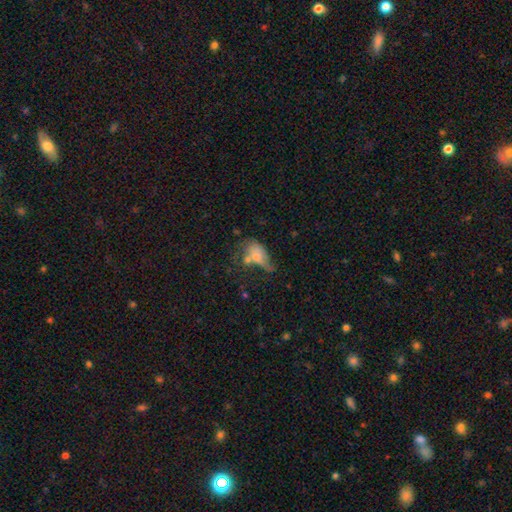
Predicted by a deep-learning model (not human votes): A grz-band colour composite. It shows a smooth galaxy with no disk features (59%) that is in between round and cigar-shaped (83%). Merging: major disturbance (30%).